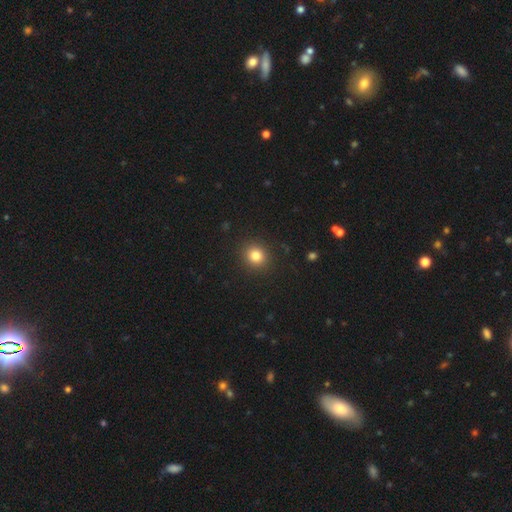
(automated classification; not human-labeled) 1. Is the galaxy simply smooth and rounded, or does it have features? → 82% smooth, 12% star or artifact, 6% featured or disk.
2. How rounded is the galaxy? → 83% round, 16% in between, 1% cigar-shaped.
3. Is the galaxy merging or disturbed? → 90% none, 6% minor disturbance, 2% major disturbance, 1% merger.